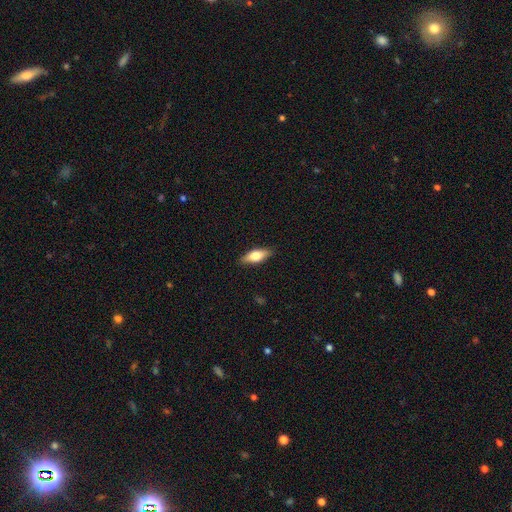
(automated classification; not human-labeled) This appears to be a smooth galaxy with no disk features (66%) that is in between round and cigar-shaped (69%). Merging: none (88%).